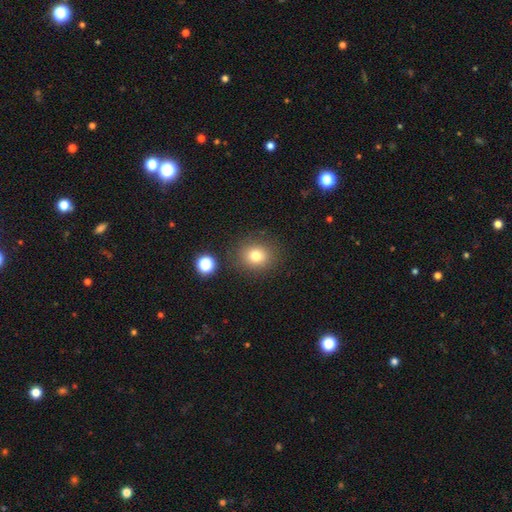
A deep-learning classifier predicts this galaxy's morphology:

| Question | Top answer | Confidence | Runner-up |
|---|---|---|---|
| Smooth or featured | smooth | 78% | star or artifact (13%) |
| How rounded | round | 77% | in between (22%) |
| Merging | none | 84% | minor disturbance (9%) |